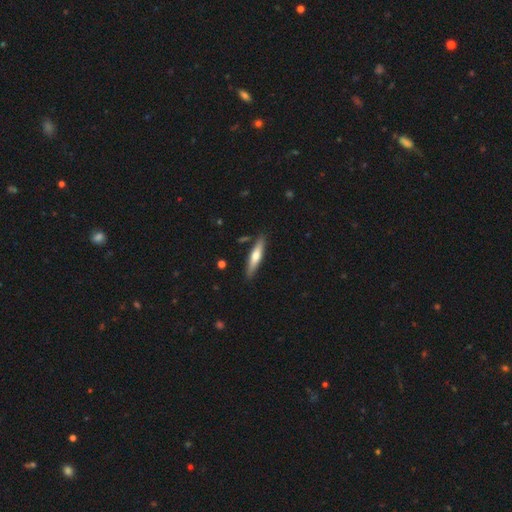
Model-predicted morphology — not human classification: Overall: smooth (54%; featured or disk 41%). How rounded: cigar-shaped (83%). Merging: none (87%).